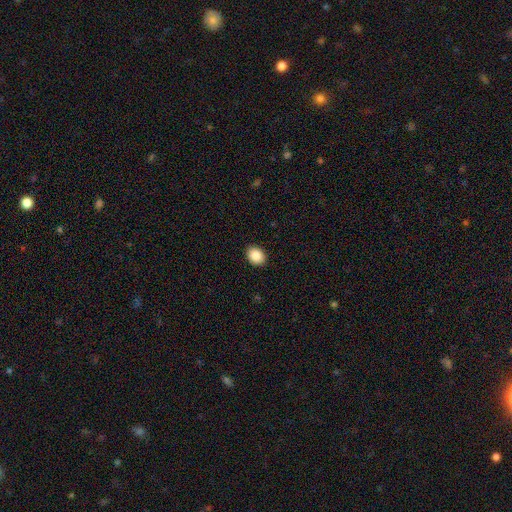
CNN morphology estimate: smooth_or_featured: smooth (p=0.88) [alt: star or artifact p=0.08]
how_rounded: in between (p=0.59) [alt: round p=0.40]
merging: none (p=0.91) [alt: minor disturbance p=0.06]